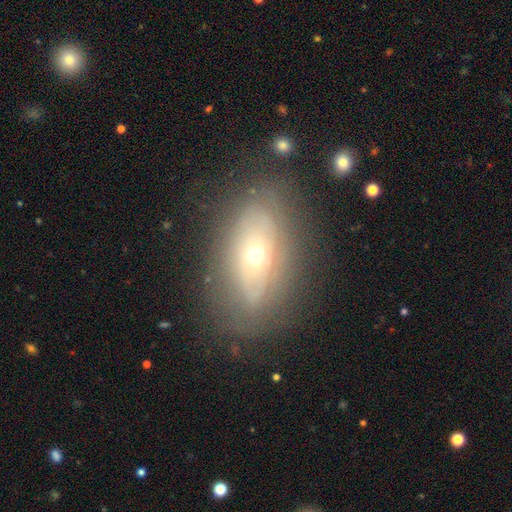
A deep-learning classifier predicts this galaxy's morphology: featured or disk 55%, smooth 35%, star or artifact 11%. Down the decision tree: edge-on disk — no (76%); merging — none (75%).